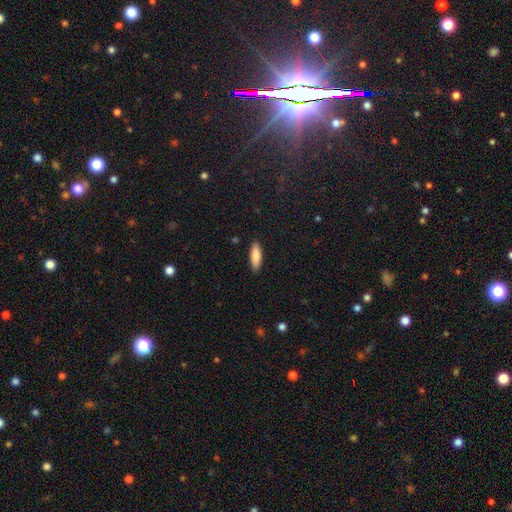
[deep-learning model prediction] Smooth or featured? smooth (84%)
How rounded? in between (58%)
Merging? none (89%)